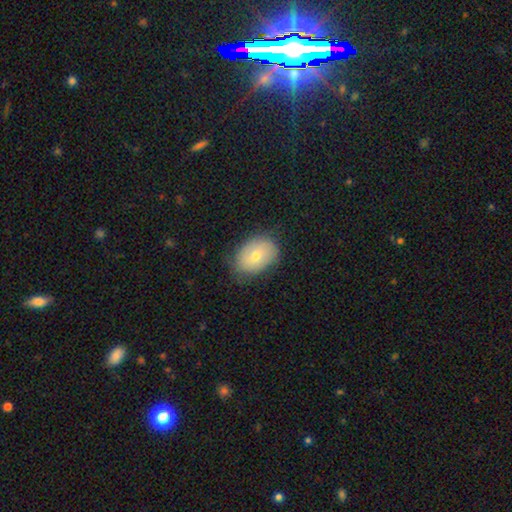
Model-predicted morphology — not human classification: The model was most divided on "smooth or featured": smooth: 64%, featured or disk: 28%, star or artifact: 8%. More confident: how rounded — in between (77%); merging — none (75%).